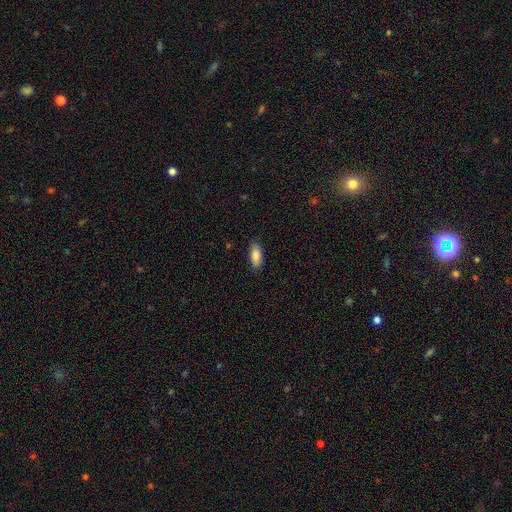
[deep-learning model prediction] Smooth or featured? Predicted: smooth (p=0.87). How rounded? Predicted: in between (p=0.83). Merging? Predicted: none (p=0.87).